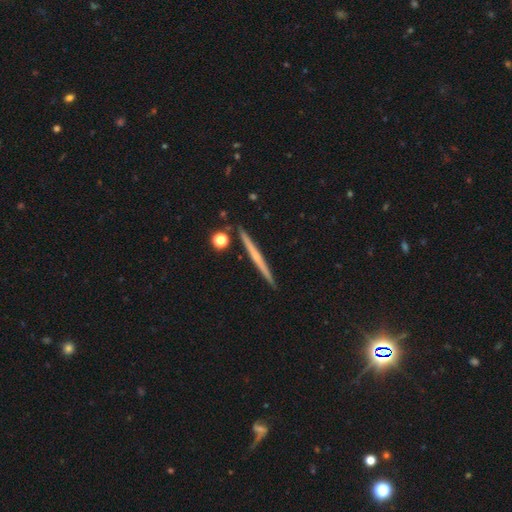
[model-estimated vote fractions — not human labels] smooth_or_featured: featured or disk (p=0.59) [alt: smooth p=0.34]
disk_edge_on: yes (p=0.98) [alt: no p=0.02]
edge_on_bulge: none (p=0.71) [alt: rounded p=0.25]
merging: none (p=0.91) [alt: minor disturbance p=0.06]